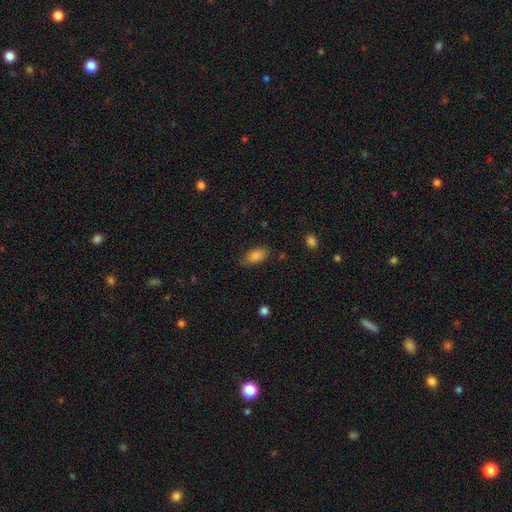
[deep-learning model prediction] The model was most divided on "merging": none: 80%, minor disturbance: 14%, major disturbance: 4%, merger: 2%. More confident: how rounded — in between (90%); smooth or featured — smooth (84%).